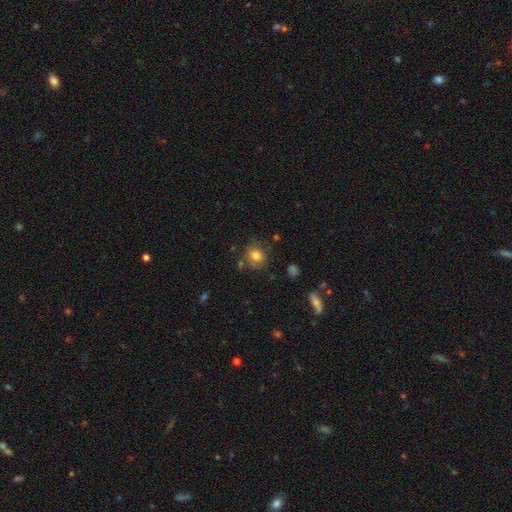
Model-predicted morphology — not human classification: Smooth or featured?
  - smooth: 80% *
  - star or artifact: 11%
  - featured or disk: 9%
How rounded?
  - round: 79% *
  - in between: 20%
  - cigar-shaped: 1%
Merging?
  - none: 77% *
  - minor disturbance: 14%
  - merger: 5%
  - major disturbance: 4%